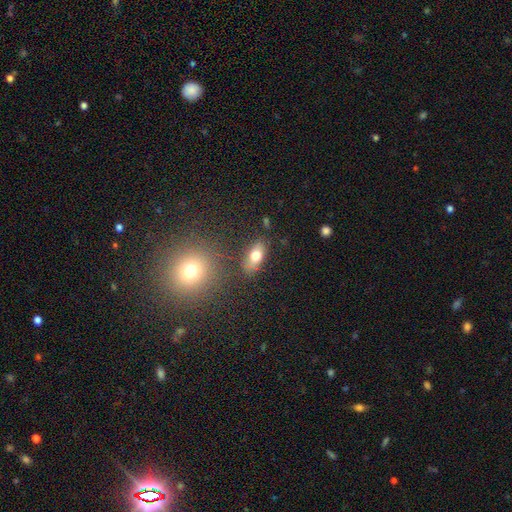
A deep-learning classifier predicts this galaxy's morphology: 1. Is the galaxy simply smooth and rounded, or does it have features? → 74% smooth, 16% featured or disk, 9% star or artifact.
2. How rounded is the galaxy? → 86% in between, 7% round, 7% cigar-shaped.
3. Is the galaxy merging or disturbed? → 77% none, 14% minor disturbance, 6% merger, 4% major disturbance.